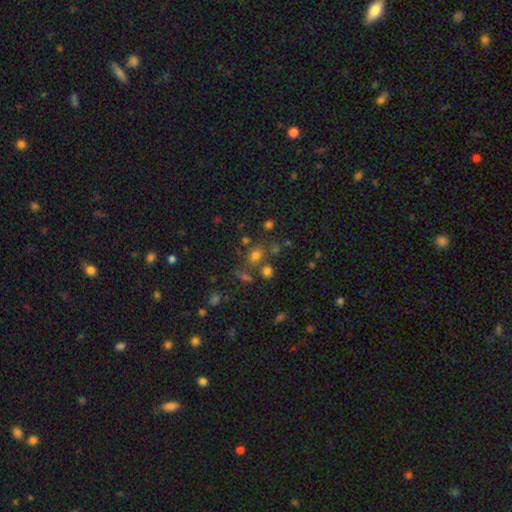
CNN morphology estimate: A smooth galaxy with no disk features (66%) that is round (60%).

Vote fractions:
- Smooth or featured? smooth: 66% / star or artifact: 24% / featured or disk: 9%
- How rounded? round: 60% / in between: 39% / cigar-shaped: 1%
- Merging? none: 65% / merger: 18% / minor disturbance: 12% / major disturbance: 6%